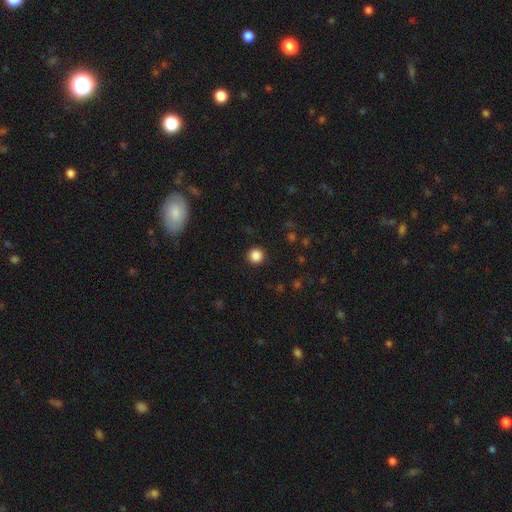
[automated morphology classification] Smooth or featured: smooth — 86% (star or artifact — 11%)
How rounded: round — 95% (in between — 4%)
Merging: none — 92% (minor disturbance — 5%)